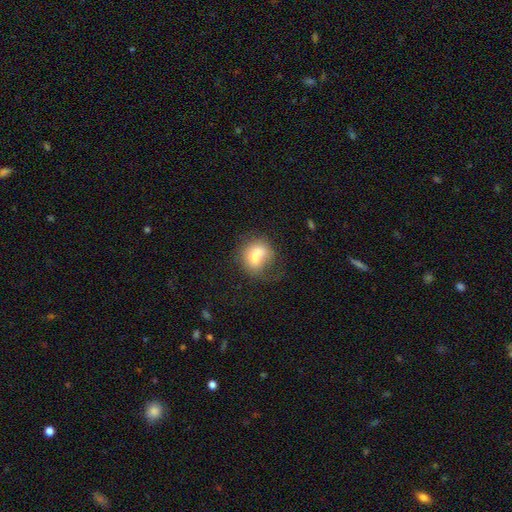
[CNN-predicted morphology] The model was most divided on "merging" (2-way tie): merger: 32%, none: 32%, minor disturbance: 19%, major disturbance: 17%. More confident: smooth or featured — smooth (66%); how rounded — round (62%).